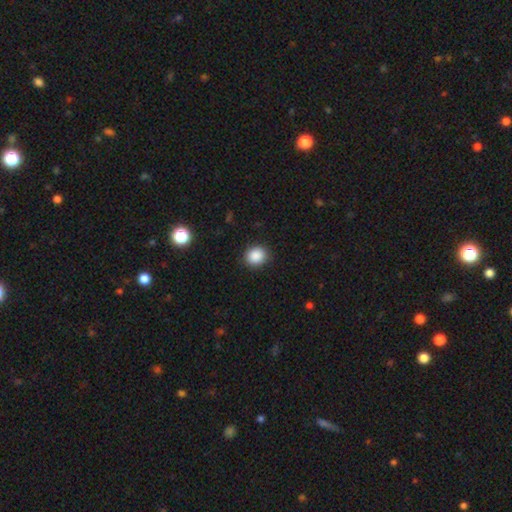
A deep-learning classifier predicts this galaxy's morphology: This appears to be a smooth galaxy with no disk features (88%) that is round (74%). Merging: none (89%).